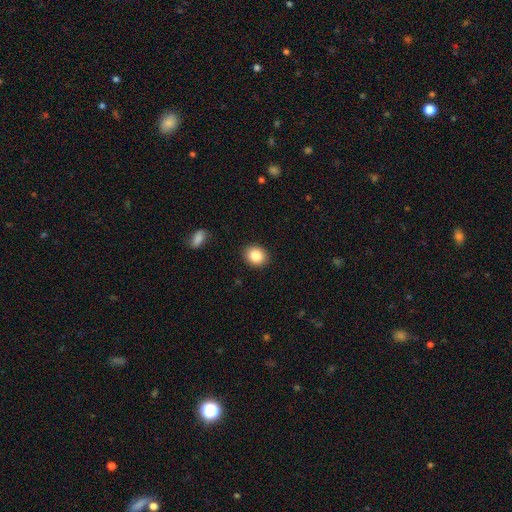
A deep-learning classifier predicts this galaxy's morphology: This appears to be a smooth galaxy with no disk features (85%) that is round (60%). Merging: none (90%).